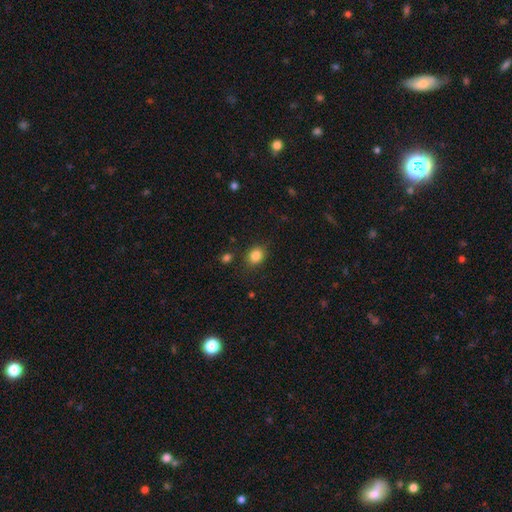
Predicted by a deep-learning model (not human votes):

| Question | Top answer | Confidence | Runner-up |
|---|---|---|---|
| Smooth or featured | smooth | 84% | star or artifact (10%) |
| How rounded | round | 54% | in between (45%) |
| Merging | none | 84% | minor disturbance (11%) |